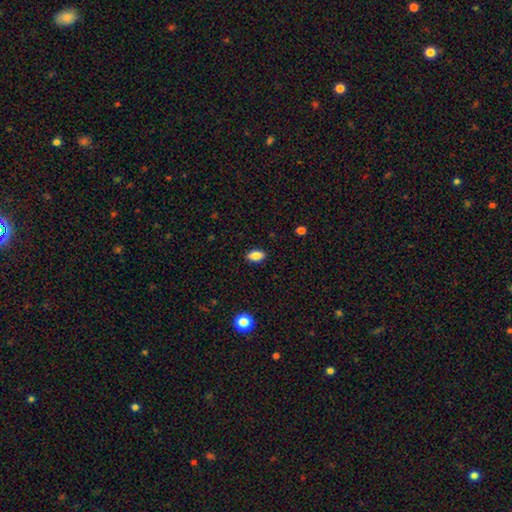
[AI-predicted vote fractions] smooth 86%, star or artifact 9%, featured or disk 5%. Down the decision tree: how rounded — in between (89%); merging — none (88%).